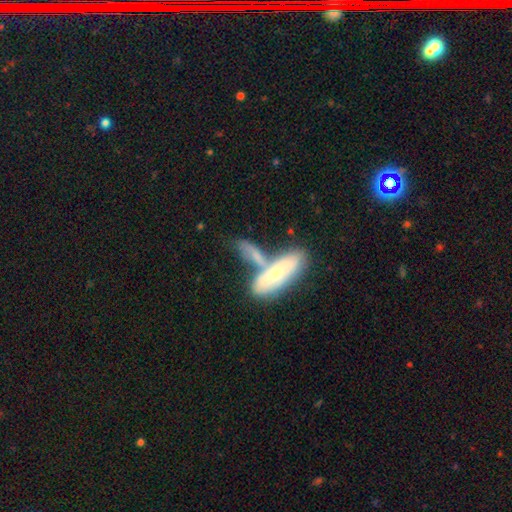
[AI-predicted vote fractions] The model was most divided on "how rounded": in between: 54%, cigar-shaped: 43%, round: 3%. More confident: smooth or featured — smooth (59%); merging — merger (58%).